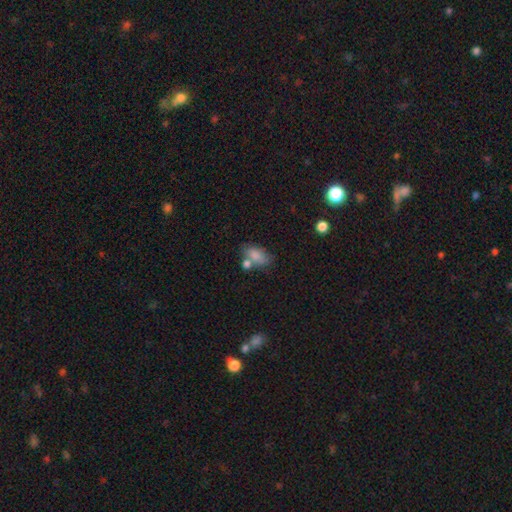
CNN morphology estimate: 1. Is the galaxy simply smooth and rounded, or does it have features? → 80% smooth, 11% featured or disk, 9% star or artifact.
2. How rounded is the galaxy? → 89% in between, 9% round, 3% cigar-shaped.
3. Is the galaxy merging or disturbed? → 46% none, 28% merger, 19% minor disturbance, 7% major disturbance.